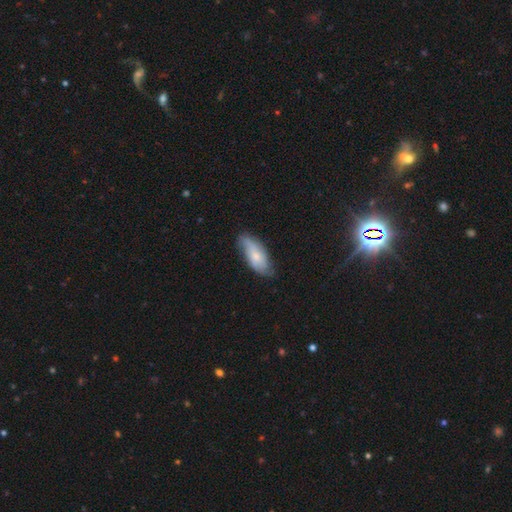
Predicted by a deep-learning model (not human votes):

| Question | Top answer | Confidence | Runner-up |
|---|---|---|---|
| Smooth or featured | smooth | 52% | featured or disk (42%) |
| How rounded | in between | 78% | cigar-shaped (20%) |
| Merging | none | 67% | minor disturbance (26%) |